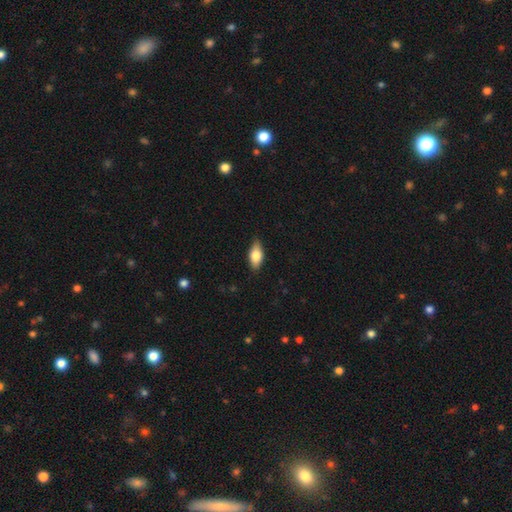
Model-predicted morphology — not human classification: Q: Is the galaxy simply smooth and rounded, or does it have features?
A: smooth — 72%.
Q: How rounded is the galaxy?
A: in between — 85%.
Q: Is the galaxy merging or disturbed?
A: none — 83%.